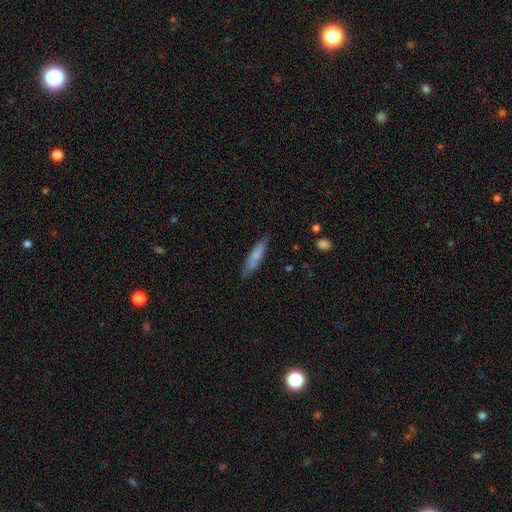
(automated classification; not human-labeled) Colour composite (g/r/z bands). It shows a smooth galaxy with no disk features (73%) that is cigar-shaped (81%). Merging: none (81%).